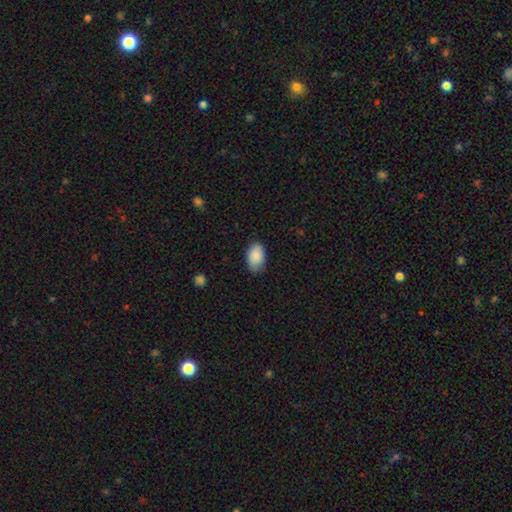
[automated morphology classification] A smooth galaxy with no disk features (89%) that is in between round and cigar-shaped (93%).

Vote fractions:
- Smooth or featured? smooth: 89% / star or artifact: 6% / featured or disk: 5%
- How rounded? in between: 93% / round: 6% / cigar-shaped: 1%
- Merging? none: 79% / minor disturbance: 17% / major disturbance: 3% / merger: 1%